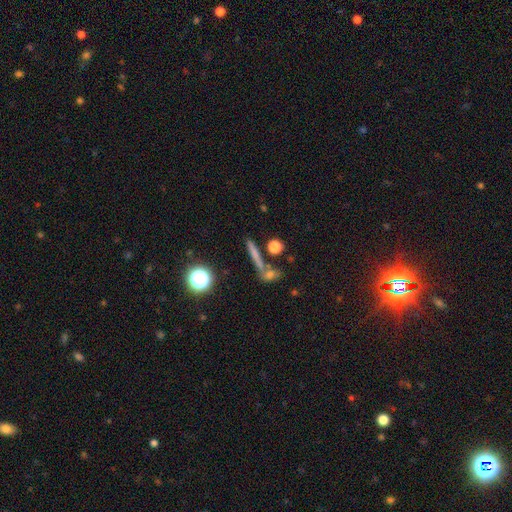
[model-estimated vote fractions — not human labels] This is possibly a smooth galaxy (58%). How rounded: likely cigar-shaped (72%). Merging: likely none (66%).